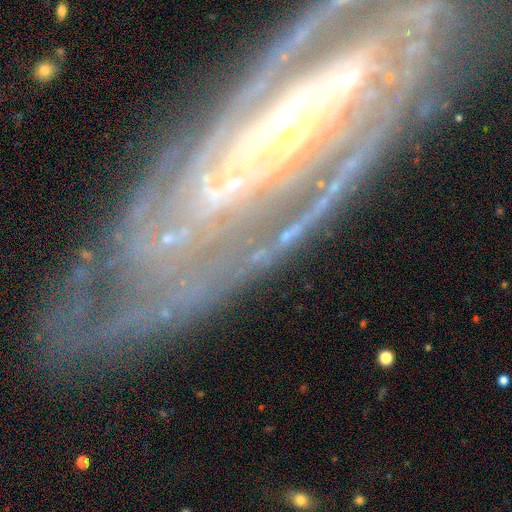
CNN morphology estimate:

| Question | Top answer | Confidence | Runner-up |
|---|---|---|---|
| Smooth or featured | featured or disk | 80% | star or artifact (10%) |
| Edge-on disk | no | 83% | yes (17%) |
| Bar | no | 38% | strong (32%) |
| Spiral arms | yes | 84% | no (16%) |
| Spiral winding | tight | 62% | medium (28%) |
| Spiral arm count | can't tell | 33% | 2 (31%) |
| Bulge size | small | 55% | moderate (35%) |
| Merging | none | 67% | minor disturbance (18%) |